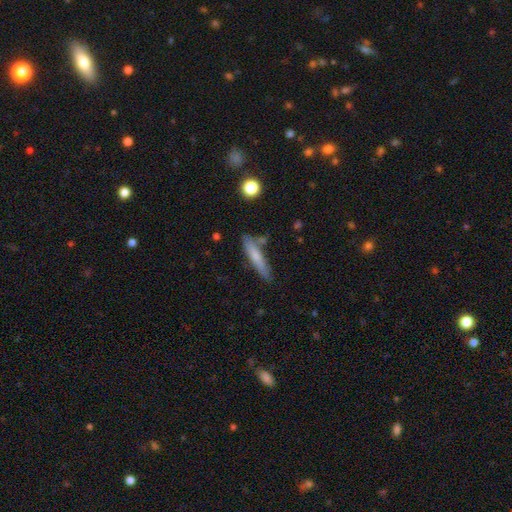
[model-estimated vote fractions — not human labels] The model was most divided on "smooth or featured": smooth: 65%, featured or disk: 28%, star or artifact: 7%. More confident: how rounded — cigar-shaped (86%); merging — none (74%).